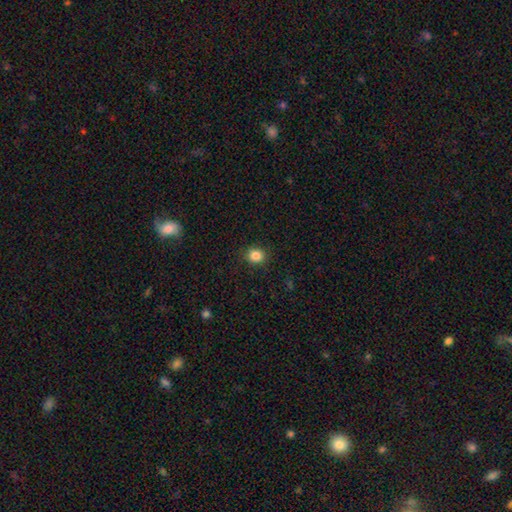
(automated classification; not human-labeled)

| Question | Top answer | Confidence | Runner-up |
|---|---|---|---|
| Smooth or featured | smooth | 85% | star or artifact (11%) |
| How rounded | round | 81% | in between (18%) |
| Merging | none | 90% | minor disturbance (7%) |